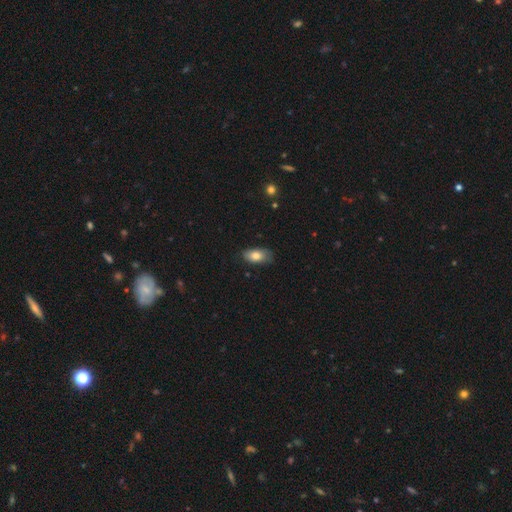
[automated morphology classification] A smooth galaxy with no disk features (81%) that is in between round and cigar-shaped (91%). Merging: none (73%).